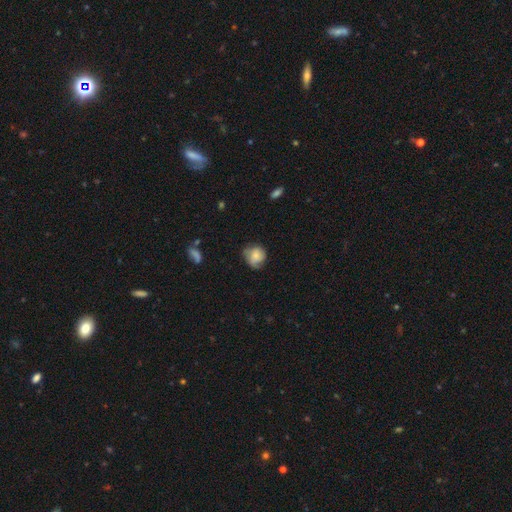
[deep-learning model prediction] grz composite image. It shows a smooth galaxy with no disk features (68%) that is round (79%). Merging: none (56%).